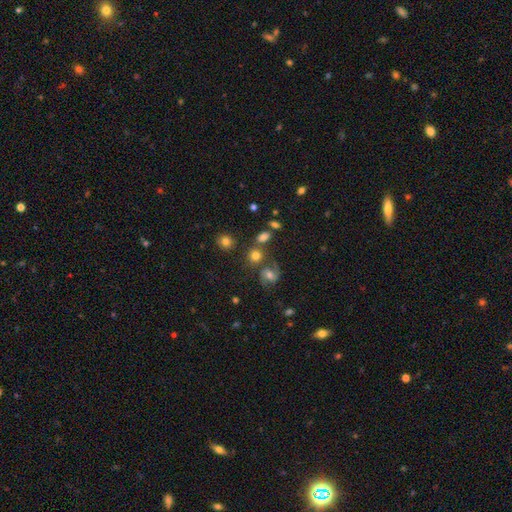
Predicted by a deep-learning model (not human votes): smooth_or_featured: smooth (p=0.63) [alt: featured or disk p=0.25]
how_rounded: round (p=0.69) [alt: in between p=0.29]
merging: none (p=0.64) [alt: merger p=0.18]